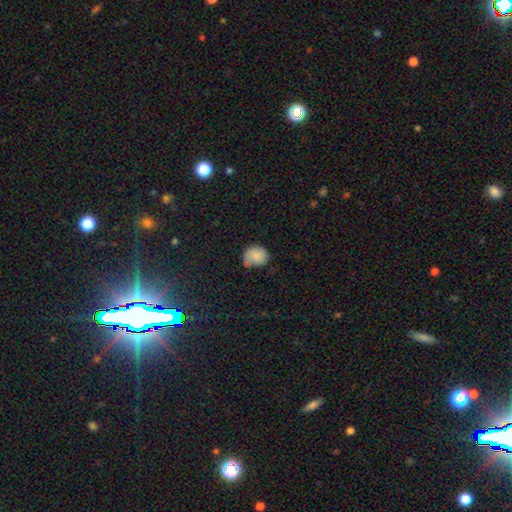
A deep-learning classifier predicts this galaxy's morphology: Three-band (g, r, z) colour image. It shows a smooth galaxy with no disk features (81%) that is round (65%). Merging: none (46%).